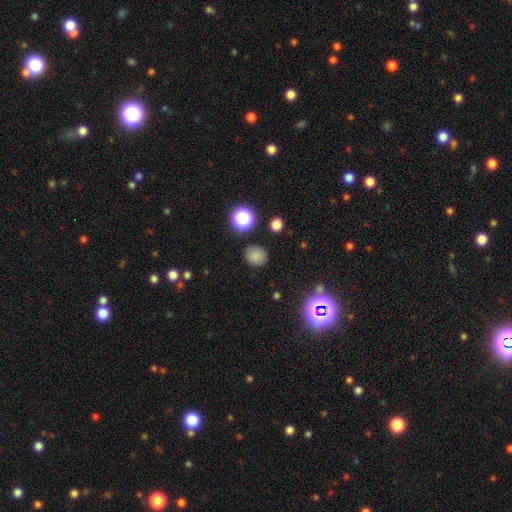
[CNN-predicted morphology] This appears to be a smooth galaxy with no disk features (78%) that is round (77%). Merging: none (84%).